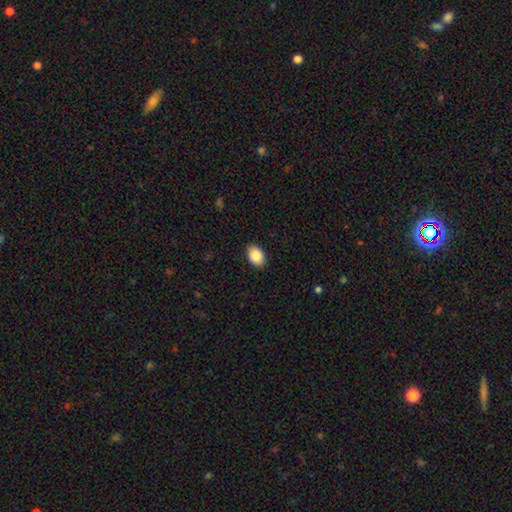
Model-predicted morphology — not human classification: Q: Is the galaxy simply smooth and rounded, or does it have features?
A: smooth — 87%.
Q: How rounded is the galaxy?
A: in between — 80%.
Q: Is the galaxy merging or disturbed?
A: none — 89%.